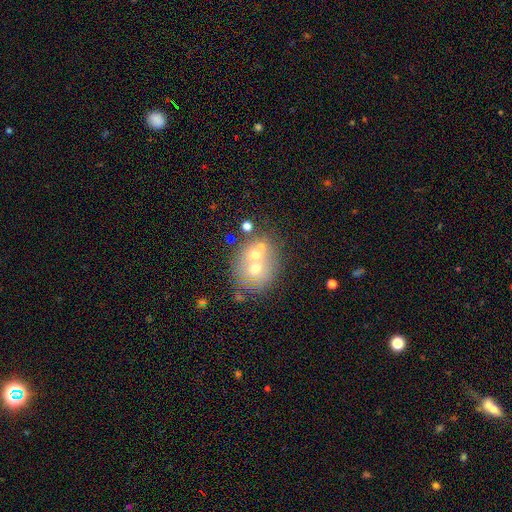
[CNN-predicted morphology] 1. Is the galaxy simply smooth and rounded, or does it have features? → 51% smooth, 36% featured or disk, 13% star or artifact.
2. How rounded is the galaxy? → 65% round, 34% in between, 1% cigar-shaped.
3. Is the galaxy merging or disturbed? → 51% merger, 35% none, 9% minor disturbance, 4% major disturbance.